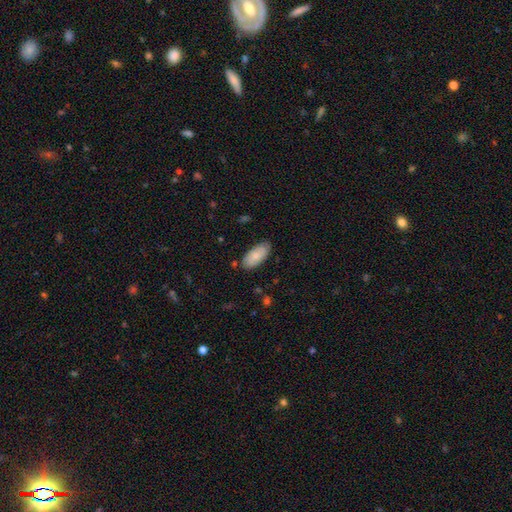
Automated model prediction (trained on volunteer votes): Morphology: type=smooth (74%); roundness=in between (92%); merging=none (82%).